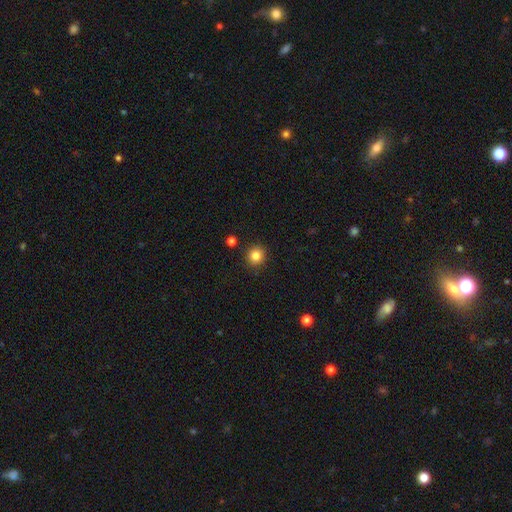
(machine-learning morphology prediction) This appears to be a smooth galaxy with no disk features (83%) that is round (91%). Merging: none (90%).